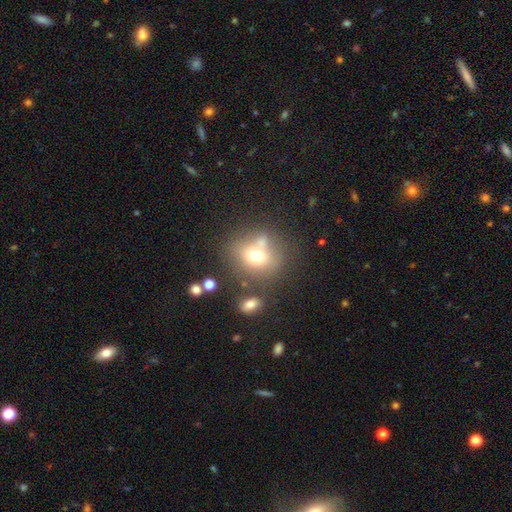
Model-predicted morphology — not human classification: smooth-or-featured: smooth: 67% | featured or disk: 17% | star or artifact: 16%
  how-rounded: round: 72% | in between: 27% | cigar-shaped: 1%
  merging: none: 56% | merger: 21% | minor disturbance: 15% | major disturbance: 8%